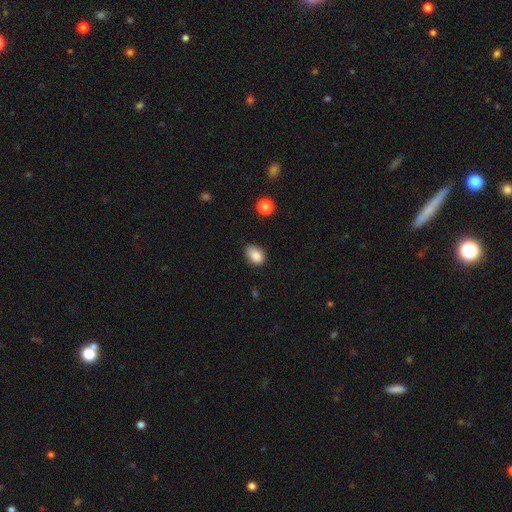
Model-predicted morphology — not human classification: Overall: smooth (86%). How rounded: in between (79%). Merging: none (67%).